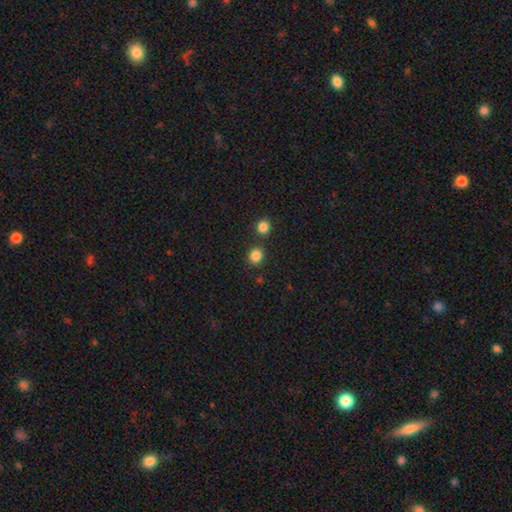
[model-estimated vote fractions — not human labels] This is clearly a smooth galaxy (85%). How rounded: likely round (79%). Merging: likely none (80%).